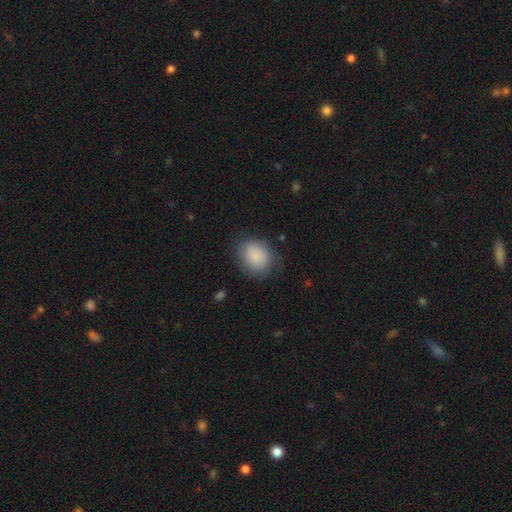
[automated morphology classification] type=smooth (87%); roundness=round (58%); merging=none (78%).